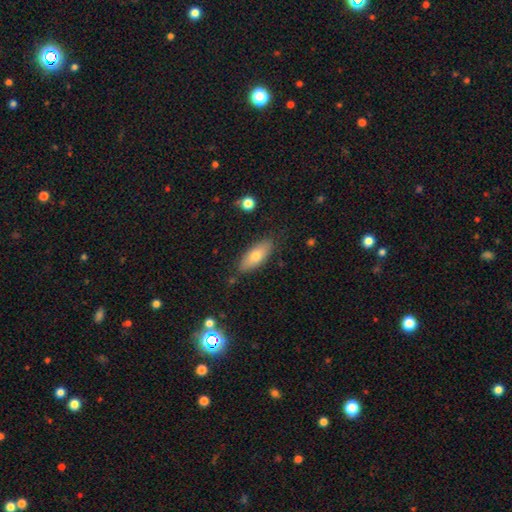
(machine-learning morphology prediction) The model was most divided on "smooth or featured": smooth: 71%, featured or disk: 22%, star or artifact: 7%. More confident: merging — none (83%); how rounded — in between (75%).